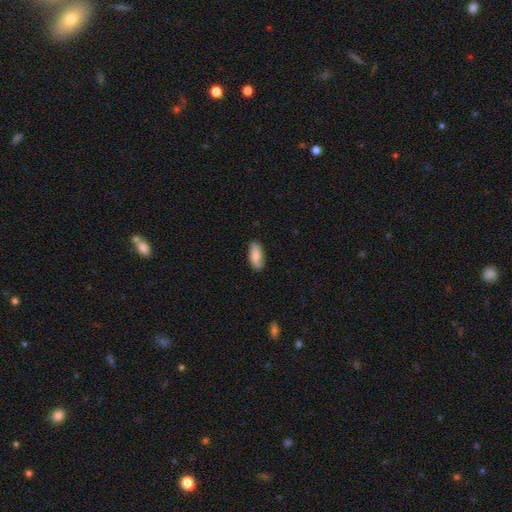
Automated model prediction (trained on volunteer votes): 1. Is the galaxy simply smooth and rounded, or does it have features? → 69% smooth, 24% featured or disk, 6% star or artifact.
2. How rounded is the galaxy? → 85% in between, 12% cigar-shaped, 3% round.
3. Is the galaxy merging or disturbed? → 80% none, 16% minor disturbance, 3% major disturbance, 1% merger.